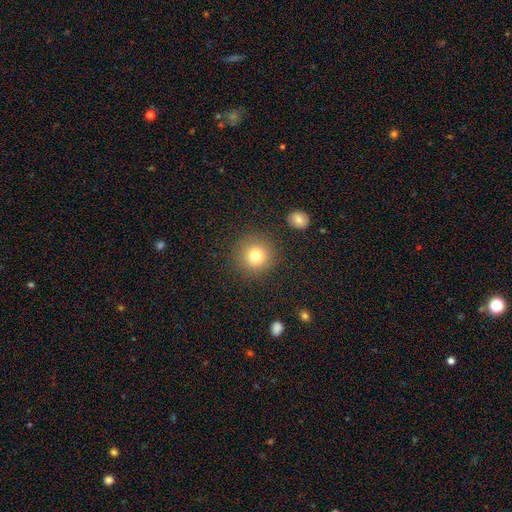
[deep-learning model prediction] Overall: smooth (78%). How rounded: round (94%). Merging: none (87%).